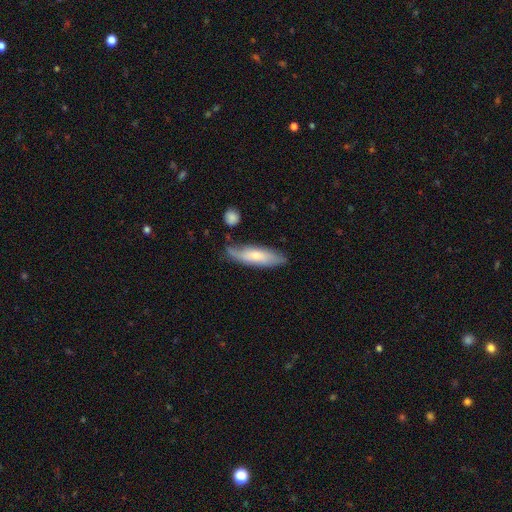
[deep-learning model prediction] The model was most divided on "how rounded": cigar-shaped: 56%, in between: 42%, round: 2%. More confident: merging — none (64%); smooth or featured — smooth (60%).